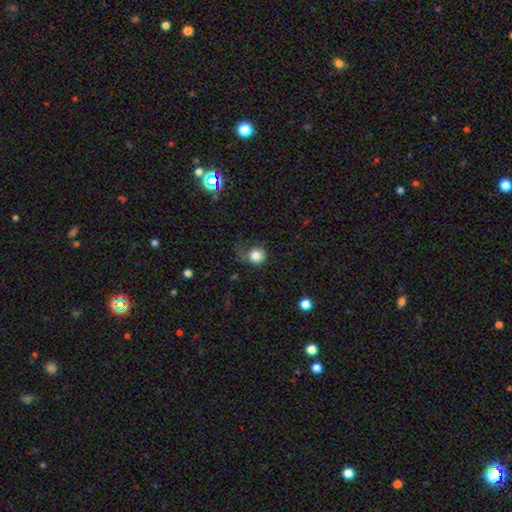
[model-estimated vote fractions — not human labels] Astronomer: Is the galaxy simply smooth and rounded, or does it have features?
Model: smooth — 81%.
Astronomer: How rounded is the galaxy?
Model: round — 80%.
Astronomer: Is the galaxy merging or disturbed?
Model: none — 43% (runner-up: minor disturbance, 30%).